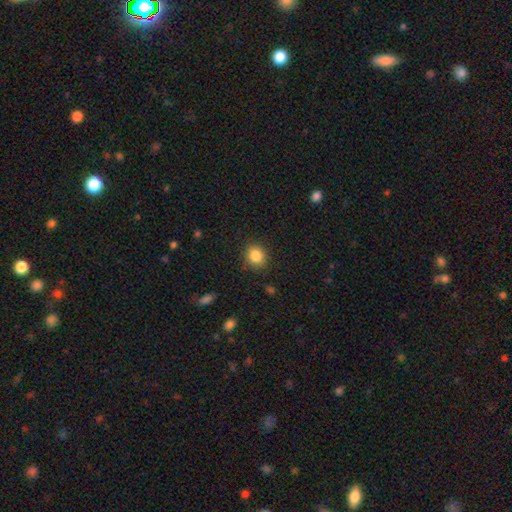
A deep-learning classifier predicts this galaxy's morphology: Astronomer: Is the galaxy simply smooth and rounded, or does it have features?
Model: smooth — 86%.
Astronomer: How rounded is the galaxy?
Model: round — 76%.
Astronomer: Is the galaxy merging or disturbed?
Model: none — 88%.